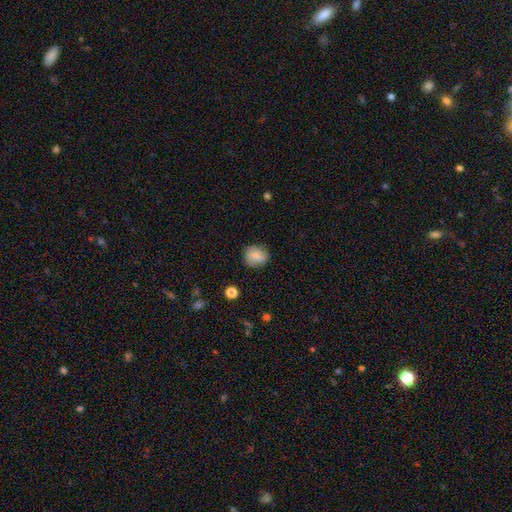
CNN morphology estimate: type=smooth (79%); roundness=round (77%); merging=none (80%).